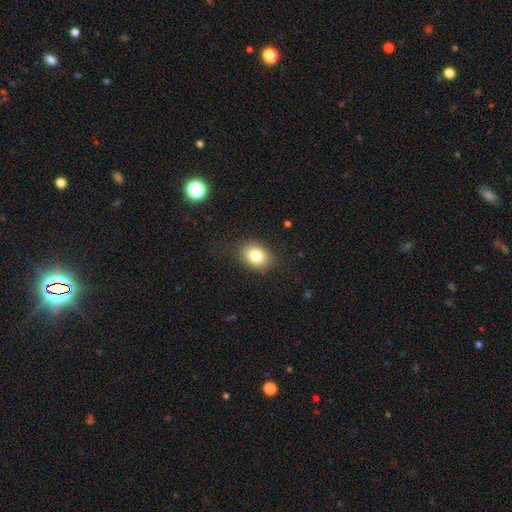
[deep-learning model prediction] Smooth or featured?
  - smooth: 81% *
  - star or artifact: 10%
  - featured or disk: 10%
How rounded?
  - in between: 65% *
  - round: 34%
  - cigar-shaped: 1%
Merging?
  - none: 84% *
  - minor disturbance: 11%
  - major disturbance: 3%
  - merger: 1%